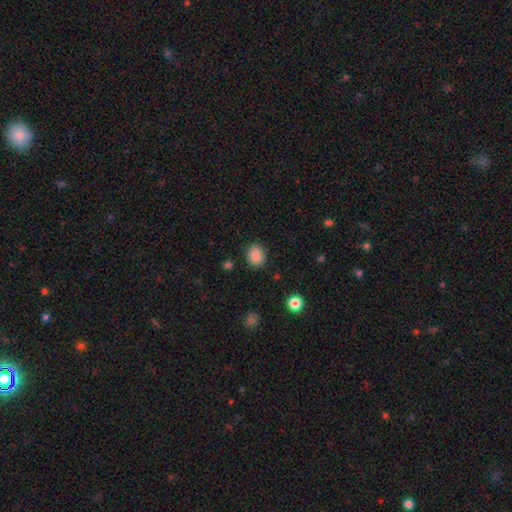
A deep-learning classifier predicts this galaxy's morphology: Smooth or featured: smooth — 86% (star or artifact — 9%)
How rounded: round — 61% (in between — 38%)
Merging: none — 86% (minor disturbance — 9%)